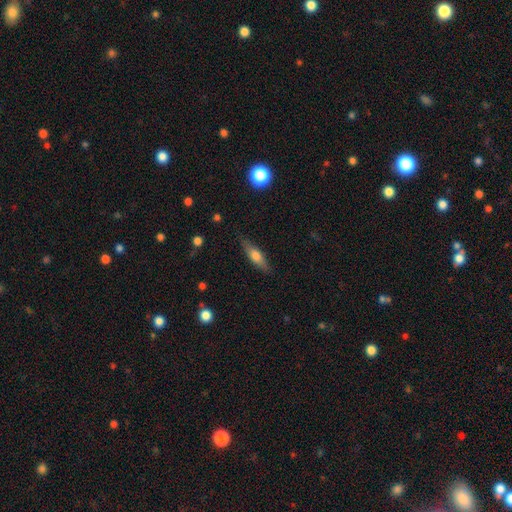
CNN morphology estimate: Smooth or featured: smooth — 55% (featured or disk — 39%)
How rounded: cigar-shaped — 62% (in between — 35%)
Merging: none — 84% (minor disturbance — 12%)